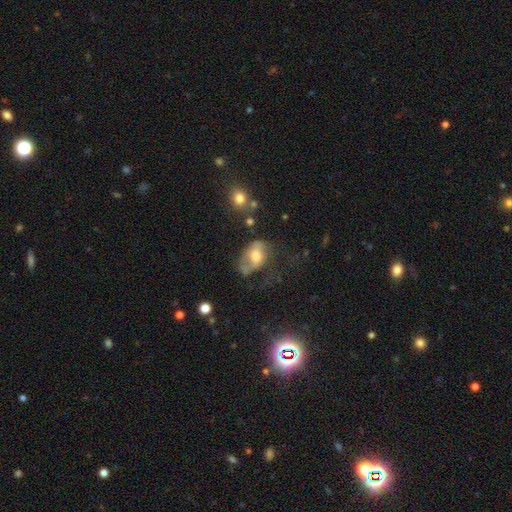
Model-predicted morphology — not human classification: smooth 50%, featured or disk 39%, star or artifact 11%. Down the decision tree: how rounded — in between (82%); merging — major disturbance (41%).